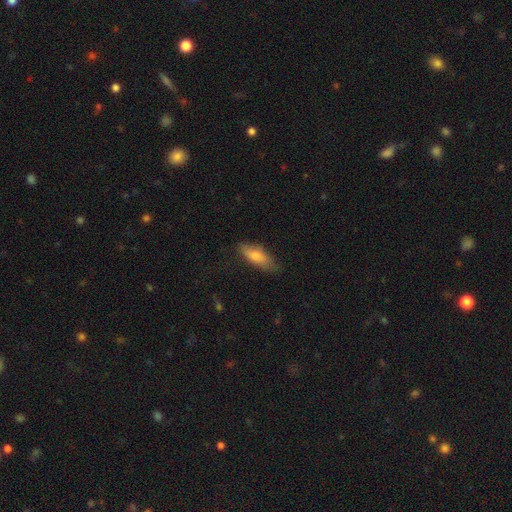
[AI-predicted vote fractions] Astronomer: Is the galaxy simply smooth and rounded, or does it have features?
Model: smooth — 75%.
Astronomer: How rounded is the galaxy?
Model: in between — 59% (runner-up: cigar-shaped, 39%).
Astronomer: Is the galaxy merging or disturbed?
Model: none — 78%.